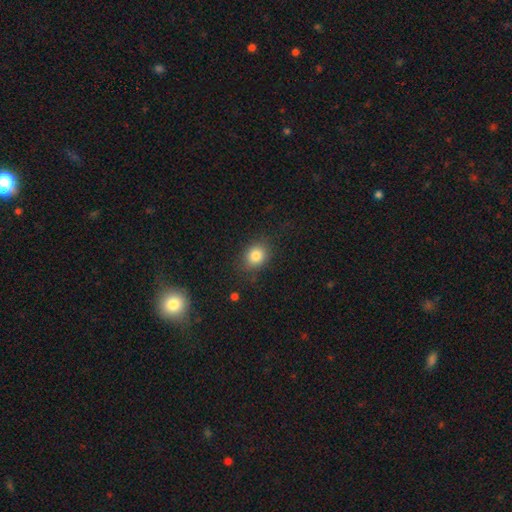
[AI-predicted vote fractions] Q: Smooth or featured?
A: smooth (83%); runner-up: star or artifact (10%)
Q: How rounded?
A: round (60%); runner-up: in between (39%)
Q: Merging?
A: none (82%); runner-up: minor disturbance (12%)